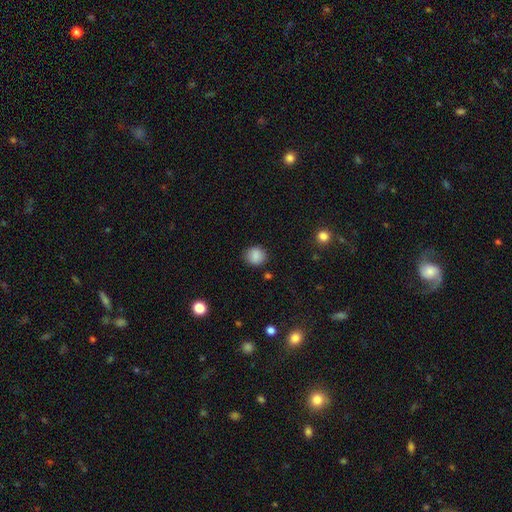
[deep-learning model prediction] Overall: smooth (87%). How rounded: round (83%). Merging: none (85%).